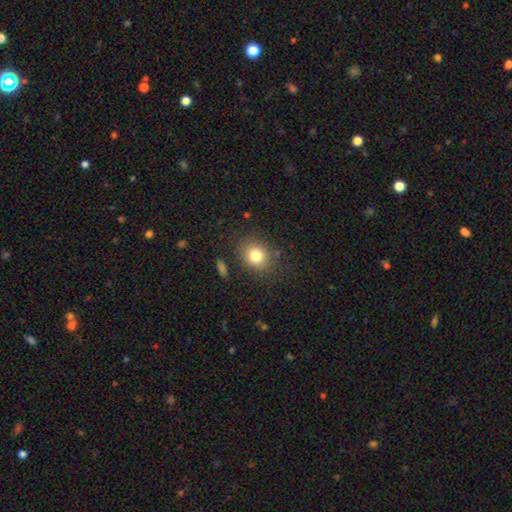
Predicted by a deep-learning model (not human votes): smooth-or-featured: smooth: 80% | star or artifact: 11% | featured or disk: 9%
  how-rounded: round: 66% | in between: 33% | cigar-shaped: 1%
  merging: none: 82% | minor disturbance: 11% | major disturbance: 4% | merger: 3%